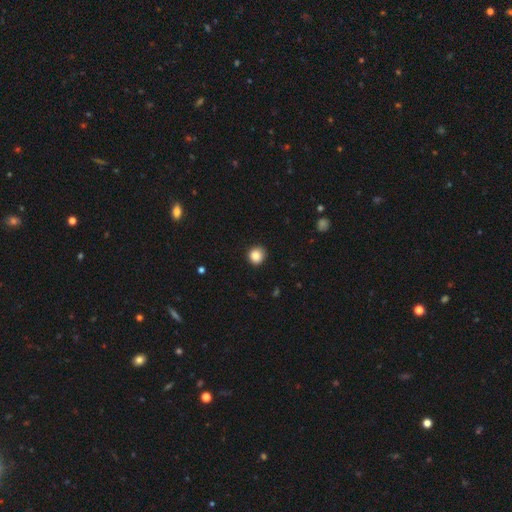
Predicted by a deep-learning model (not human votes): Smooth or featured? Predicted: smooth (p=0.86). How rounded? Predicted: round (p=0.91). Merging? Predicted: none (p=0.84).